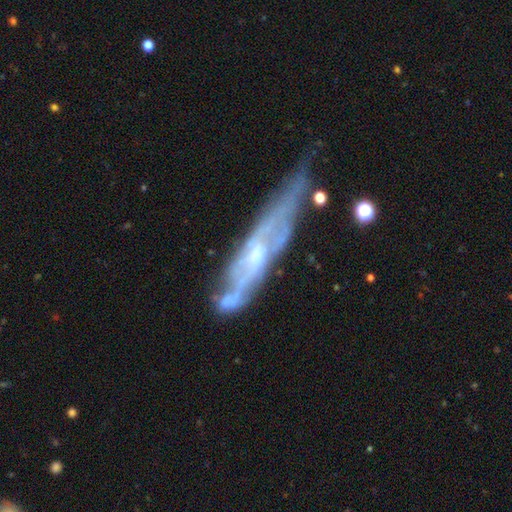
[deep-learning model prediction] Smooth or featured?
  - featured or disk: 76% *
  - smooth: 17%
  - star or artifact: 8%
Edge-on disk?
  - no: 55% *
  - yes: 45%
Merging?
  - none: 43% *
  - minor disturbance: 30%
  - major disturbance: 19%
  - merger: 9%